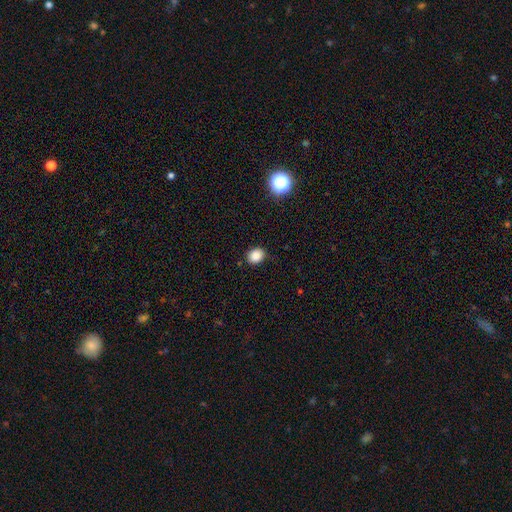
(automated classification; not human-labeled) A smooth galaxy with no disk features (86%) that is round (55%).

Vote fractions:
- Smooth or featured? smooth: 86% / star or artifact: 11% / featured or disk: 3%
- How rounded? round: 55% / in between: 44% / cigar-shaped: 1%
- Merging? none: 86% / minor disturbance: 10% / major disturbance: 3% / merger: 1%